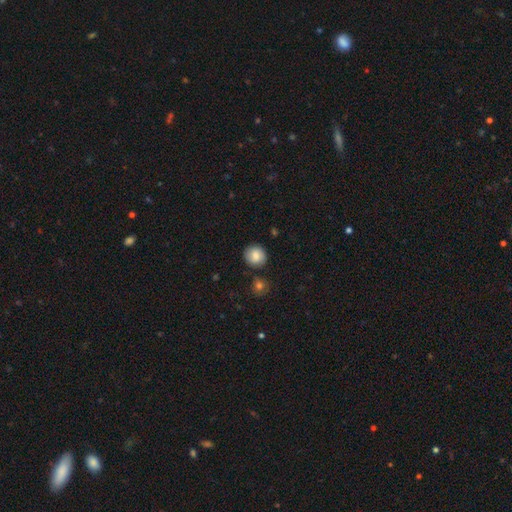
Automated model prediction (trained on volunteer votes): Smooth or featured? Predicted: smooth (p=0.82). How rounded? Predicted: round (p=0.87). Merging? Predicted: none (p=0.85).